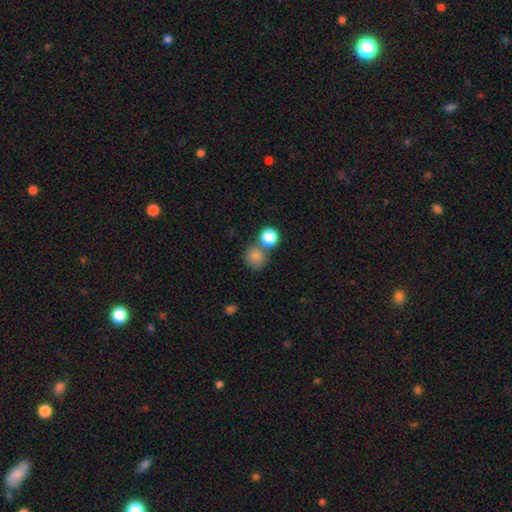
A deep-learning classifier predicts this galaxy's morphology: Smooth or featured? Predicted: smooth (p=0.82). How rounded? Predicted: round (p=0.87). Merging? Predicted: none (p=0.58).